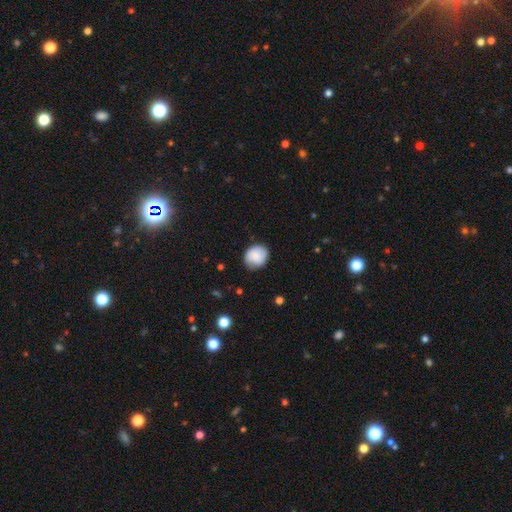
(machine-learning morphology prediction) A smooth galaxy with no disk features (83%) that is round (71%). Merging: none (77%).